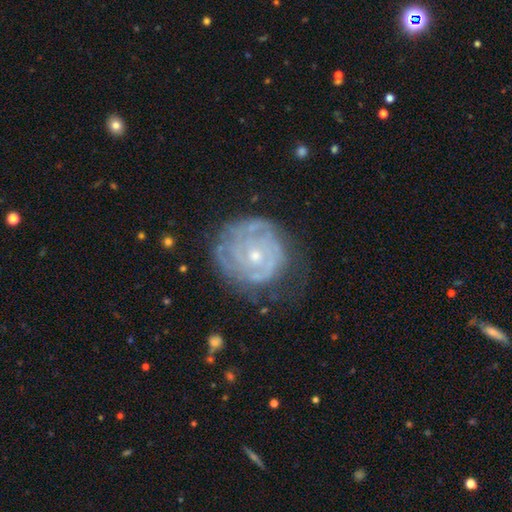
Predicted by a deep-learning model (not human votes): A featured or disk galaxy (80%) with no bar (79%), tight (76%) spiral arms (86%) and a small central bulge (65%). Merging: none (63%).